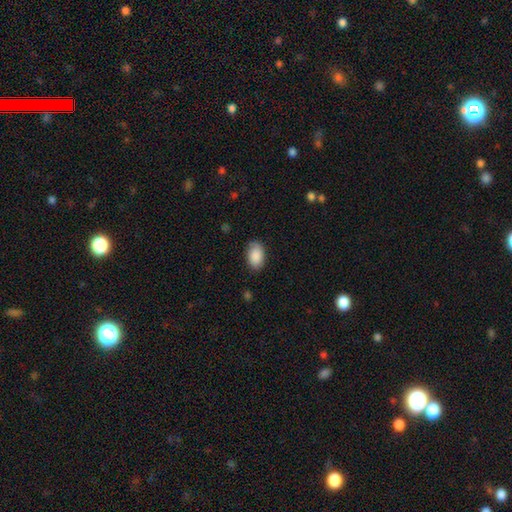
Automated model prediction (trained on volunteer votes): Smooth or featured? smooth (87%)
How rounded? in between (92%)
Merging? none (81%)